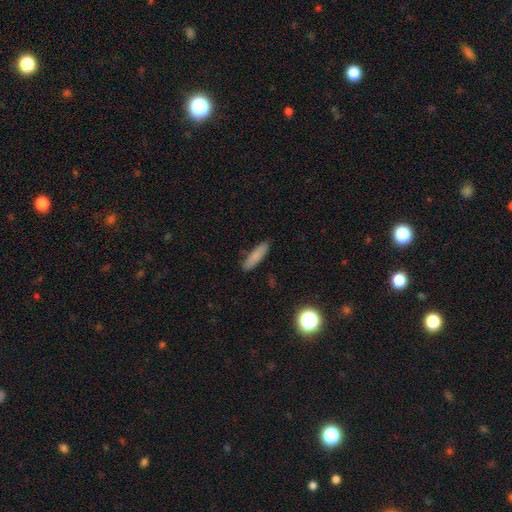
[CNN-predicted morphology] smooth-or-featured: smooth: 82% | featured or disk: 9% | star or artifact: 9%
  how-rounded: cigar-shaped: 69% | in between: 29% | round: 2%
  merging: none: 86% | minor disturbance: 10% | major disturbance: 2% | merger: 2%